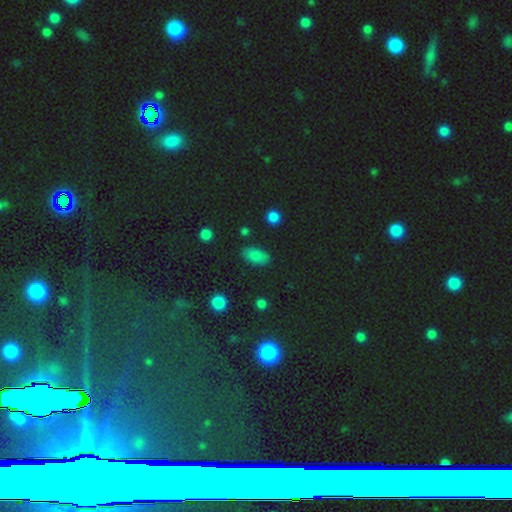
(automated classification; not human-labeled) smooth 81%, star or artifact 13%, featured or disk 6%. Down the decision tree: how rounded — in between (90%); merging — none (83%).